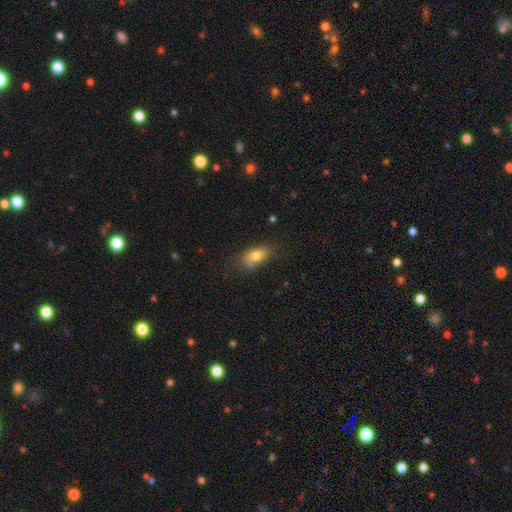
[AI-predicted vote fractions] Smooth or featured? Predicted: smooth (p=0.78). How rounded? Predicted: in between (p=0.86). Merging? Predicted: none (p=0.56).